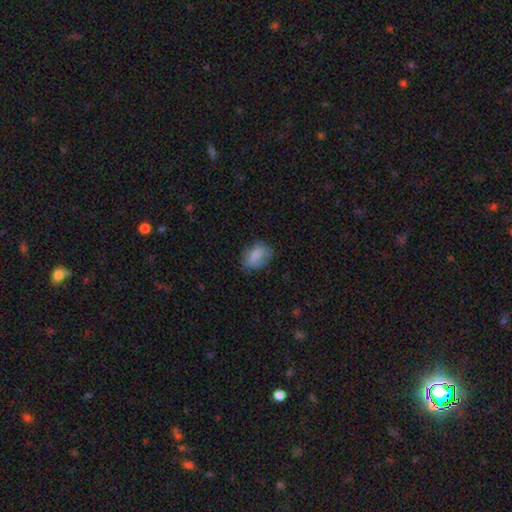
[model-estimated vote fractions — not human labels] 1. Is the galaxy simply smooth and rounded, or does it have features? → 74% smooth, 17% featured or disk, 9% star or artifact.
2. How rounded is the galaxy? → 75% in between, 23% round, 2% cigar-shaped.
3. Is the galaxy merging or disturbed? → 59% none, 28% minor disturbance, 11% major disturbance, 2% merger.